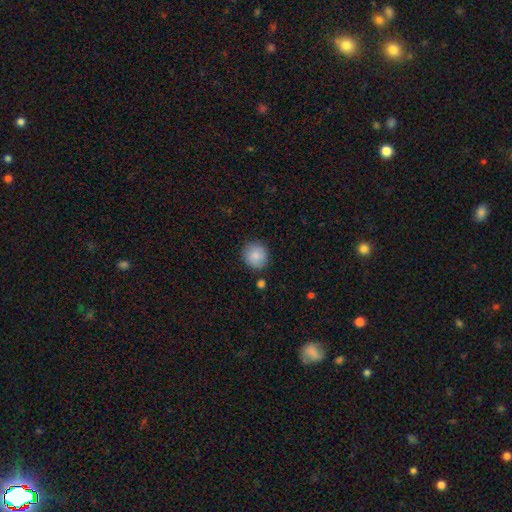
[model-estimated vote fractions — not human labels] Morphology: type=smooth (86%); roundness=round (88%); merging=none (85%).